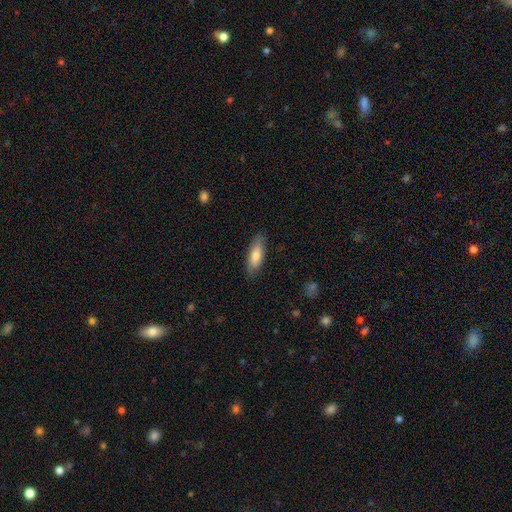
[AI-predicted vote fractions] smooth 74%, featured or disk 20%, star or artifact 6%. Down the decision tree: how rounded — in between (65%); merging — none (84%).